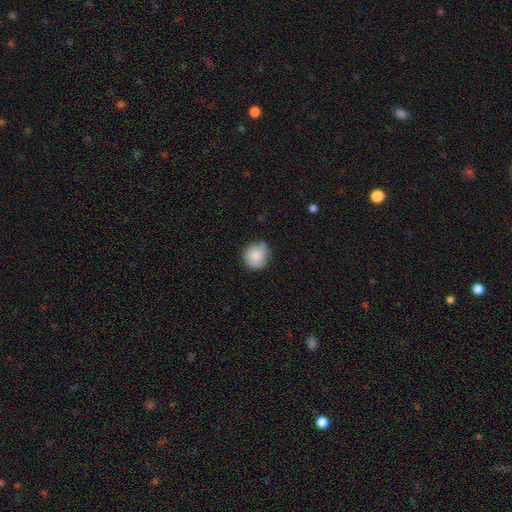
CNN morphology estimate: smooth-or-featured: smooth: 84% | featured or disk: 9% | star or artifact: 8%
  how-rounded: round: 88% | in between: 11% | cigar-shaped: 1%
  merging: none: 69% | minor disturbance: 25% | major disturbance: 4% | merger: 2%